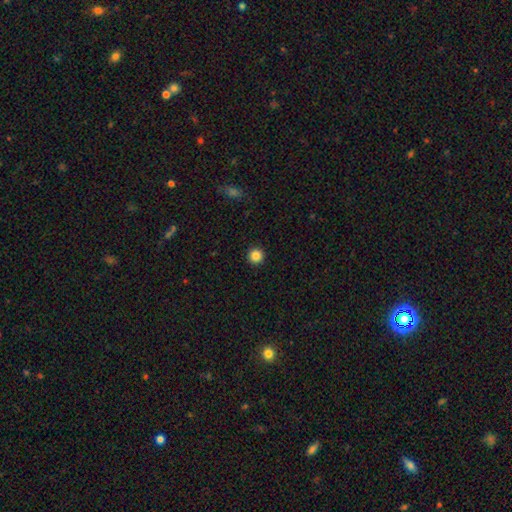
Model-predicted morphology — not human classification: A smooth galaxy with no disk features (85%) that is round (96%). Merging: none (94%).